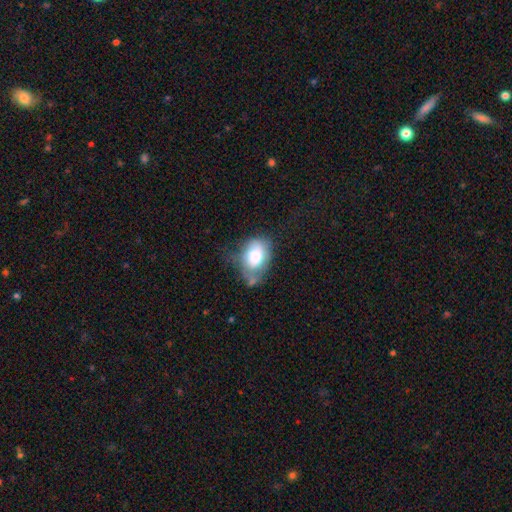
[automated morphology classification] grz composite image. It shows a smooth galaxy with no disk features (70%) that is in between round and cigar-shaped (80%). Merging: minor disturbance (35%).